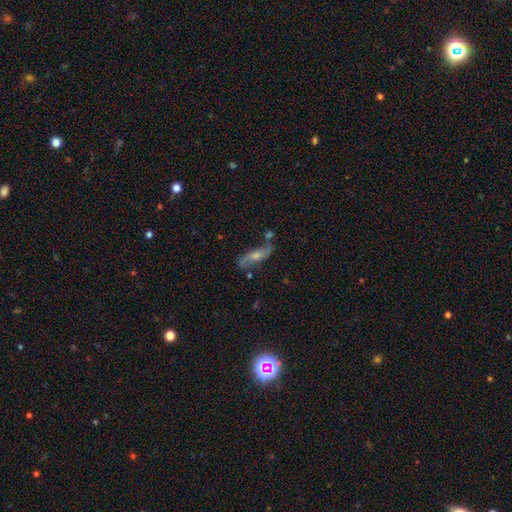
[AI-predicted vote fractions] Smooth or featured? featured or disk (63%)
Edge-on disk? no (68%)
Merging? none (64%)